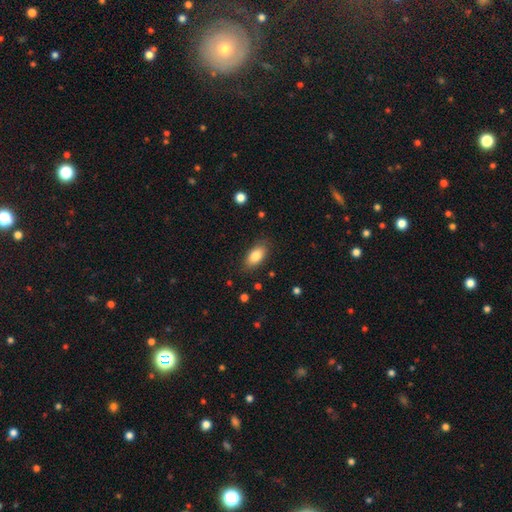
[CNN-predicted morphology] Overall: smooth (82%). How rounded: in between (89%). Merging: none (83%).